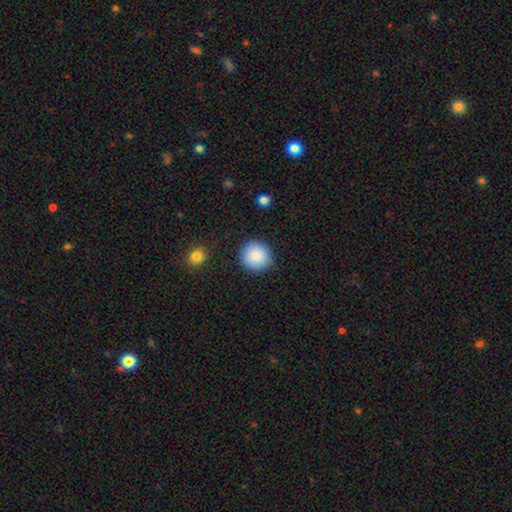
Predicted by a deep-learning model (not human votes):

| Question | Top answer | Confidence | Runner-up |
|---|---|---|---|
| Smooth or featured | smooth | 87% | star or artifact (8%) |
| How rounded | round | 94% | in between (5%) |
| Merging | none | 89% | minor disturbance (7%) |